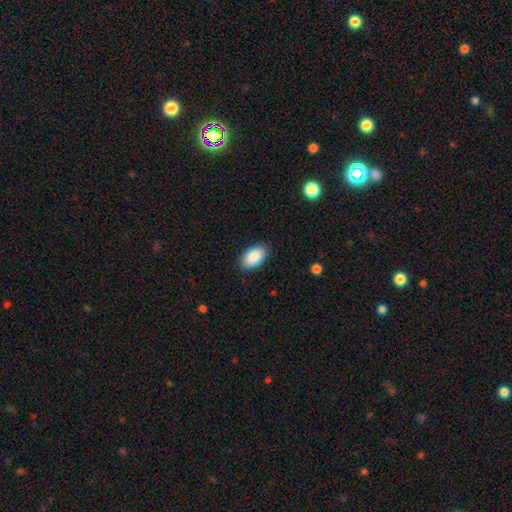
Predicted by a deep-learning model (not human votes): smooth_or_featured: smooth (p=0.89) [alt: star or artifact p=0.06]
how_rounded: in between (p=0.95) [alt: round p=0.04]
merging: none (p=0.87) [alt: minor disturbance p=0.09]